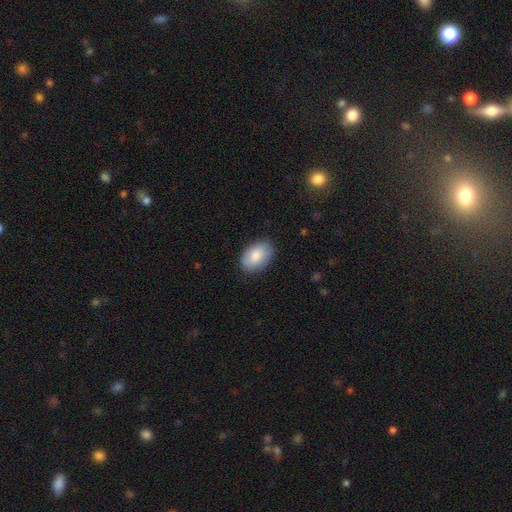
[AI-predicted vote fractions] Smooth or featured: smooth — 84% (featured or disk — 10%)
How rounded: in between — 91% (round — 8%)
Merging: none — 84% (minor disturbance — 12%)